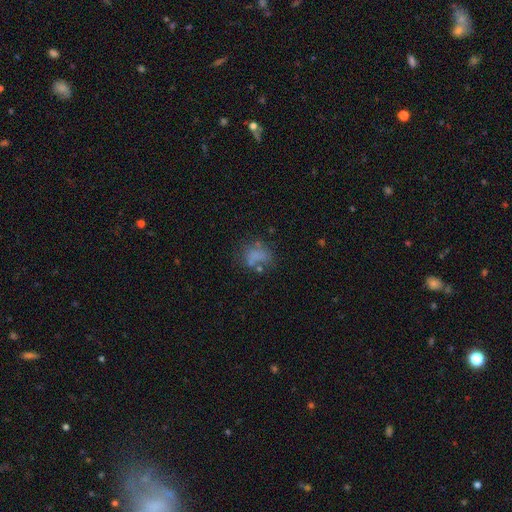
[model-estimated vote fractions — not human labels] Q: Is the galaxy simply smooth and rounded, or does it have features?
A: smooth — 58%.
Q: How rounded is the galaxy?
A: in between — 63%.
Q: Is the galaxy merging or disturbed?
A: none — 43%.